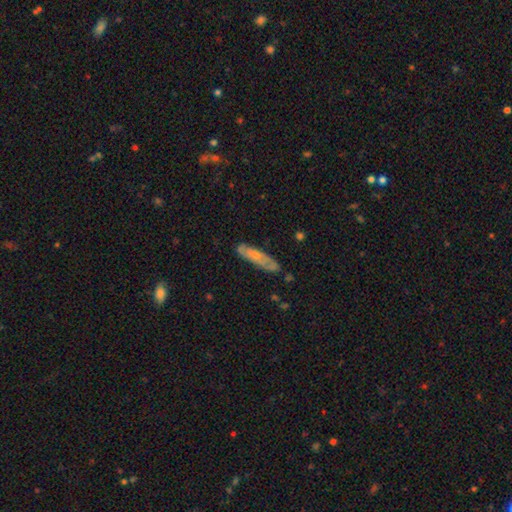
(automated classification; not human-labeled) Smooth or featured? smooth (54%)
How rounded? cigar-shaped (72%)
Merging? none (74%)